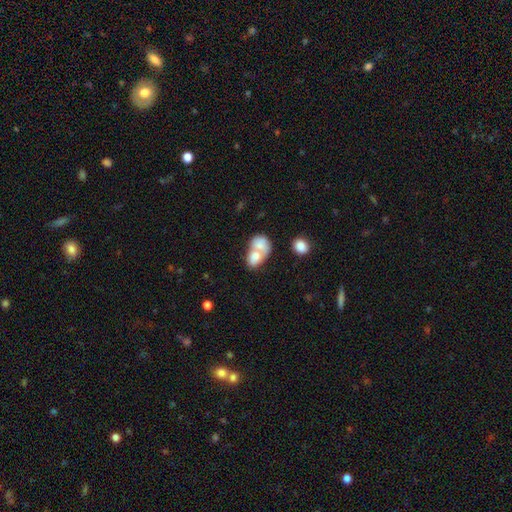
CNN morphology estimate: A smooth galaxy with no disk features (72%) that is in between round and cigar-shaped (61%). Merging: merger (76%).